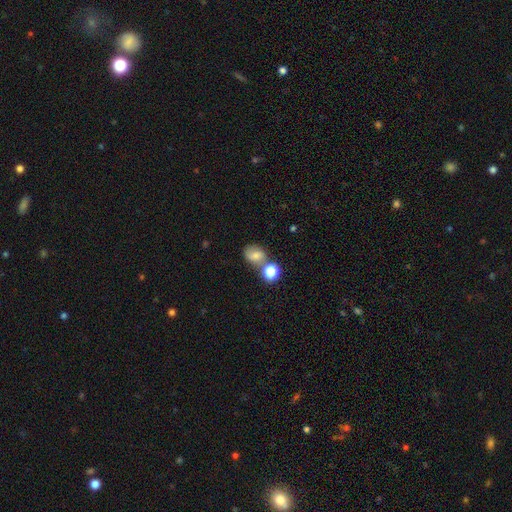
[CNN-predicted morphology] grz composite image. It shows a smooth galaxy with no disk features (63%) that is in between round and cigar-shaped (49%, tied with round). Merging: none (53%).